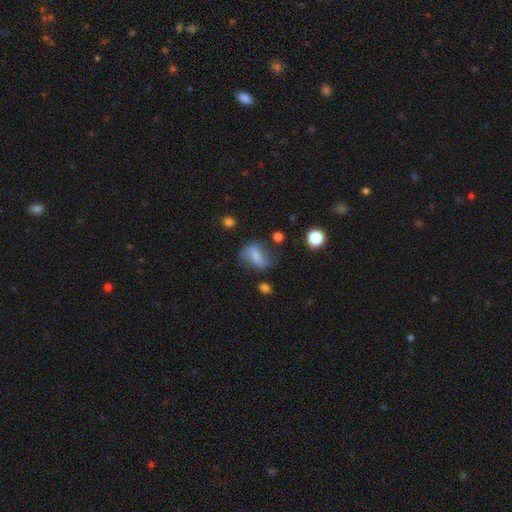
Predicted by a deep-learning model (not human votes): Smooth or featured: smooth — 58% (featured or disk — 31%)
How rounded: in between — 71% (round — 23%)
Merging: none — 55% (minor disturbance — 25%)